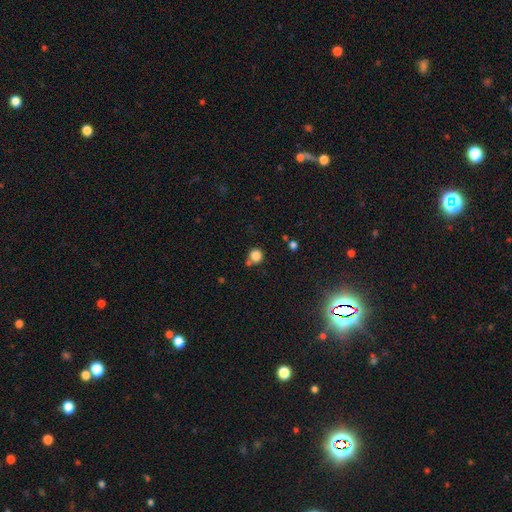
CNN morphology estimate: Smooth or featured?
  - smooth: 83% *
  - star or artifact: 12%
  - featured or disk: 5%
How rounded?
  - round: 92% *
  - in between: 7%
  - cigar-shaped: 1%
Merging?
  - none: 68% *
  - merger: 17%
  - minor disturbance: 11%
  - major disturbance: 4%